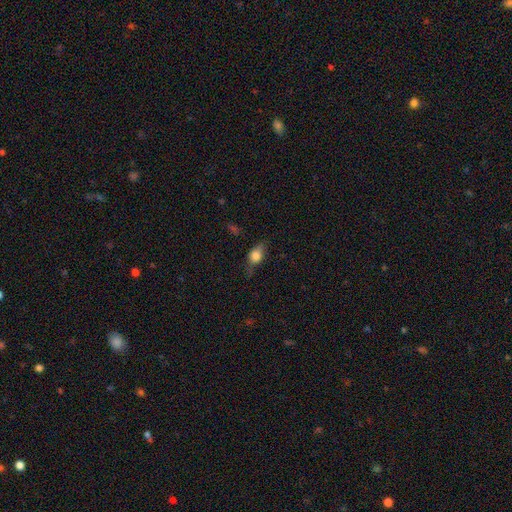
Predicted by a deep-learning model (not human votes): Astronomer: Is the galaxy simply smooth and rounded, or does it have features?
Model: smooth — 74%.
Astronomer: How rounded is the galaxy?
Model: in between — 73%.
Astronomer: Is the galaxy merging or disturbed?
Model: none — 50% (runner-up: minor disturbance, 33%).